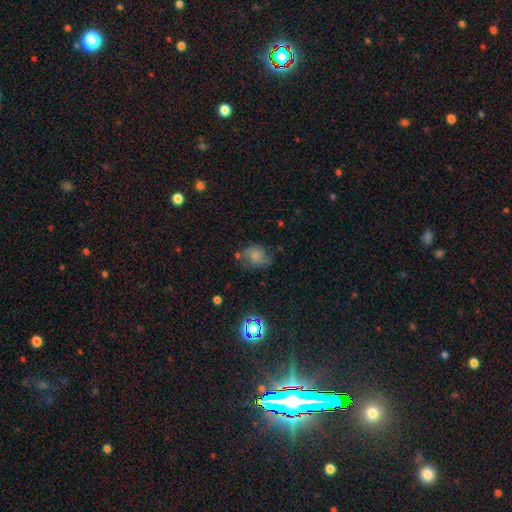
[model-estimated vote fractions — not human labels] Smooth or featured: smooth — 61% (featured or disk — 23%)
How rounded: round — 57% (in between — 42%)
Merging: none — 53% (minor disturbance — 29%)